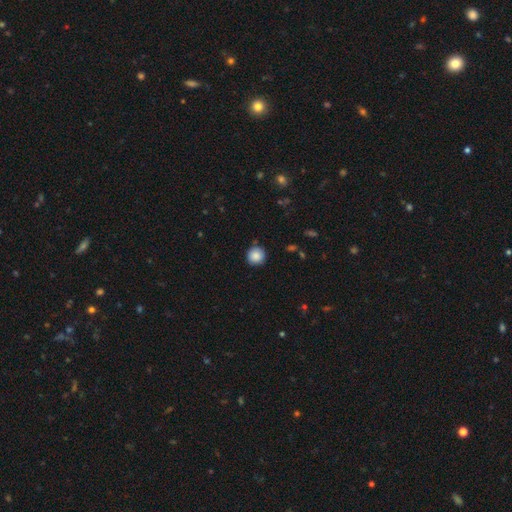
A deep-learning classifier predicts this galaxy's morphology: A smooth galaxy with no disk features (87%) that is round (95%).

Vote fractions:
- Smooth or featured? smooth: 87% / star or artifact: 9% / featured or disk: 4%
- How rounded? round: 95% / in between: 4% / cigar-shaped: 1%
- Merging? none: 89% / minor disturbance: 8% / major disturbance: 2% / merger: 2%